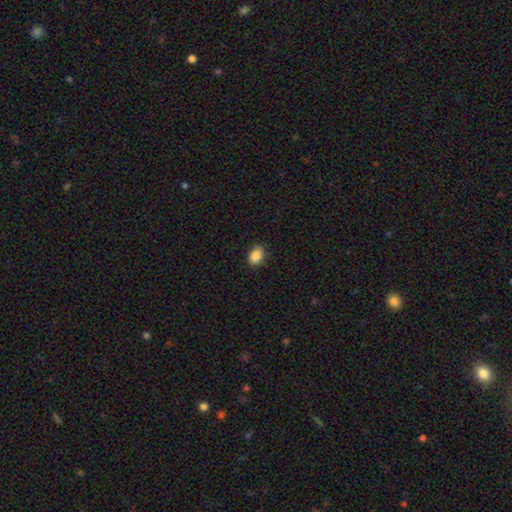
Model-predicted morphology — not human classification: smooth_or_featured: smooth (p=0.89) [alt: star or artifact p=0.08]
how_rounded: in between (p=0.77) [alt: round p=0.22]
merging: none (p=0.87) [alt: minor disturbance p=0.10]